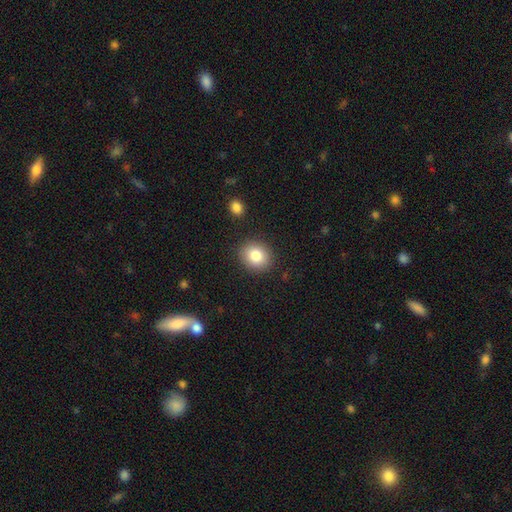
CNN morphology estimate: type=smooth (83%); roundness=round (69%); merging=none (88%).